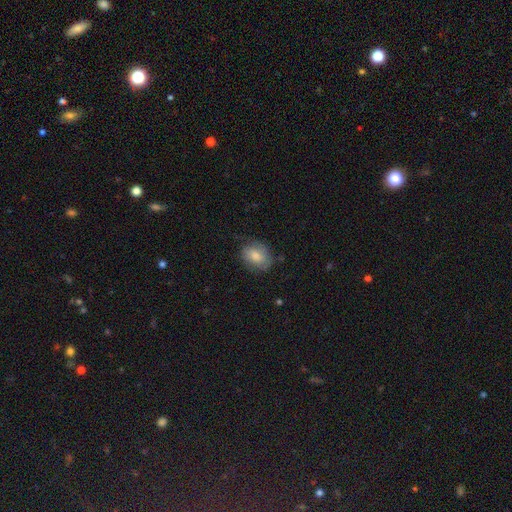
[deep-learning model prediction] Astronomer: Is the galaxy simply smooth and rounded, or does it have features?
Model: smooth — 68%.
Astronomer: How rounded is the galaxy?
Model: in between — 62%.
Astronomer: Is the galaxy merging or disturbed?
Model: none — 66%.